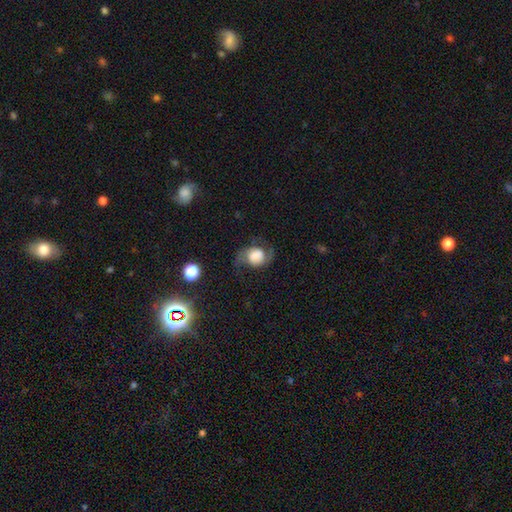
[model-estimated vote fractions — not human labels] featured or disk 61%, smooth 29%, star or artifact 9%. Down the decision tree: edge-on disk — no (97%); bar — no (66%); spiral arms — yes (90%); spiral arm count — 2 (90%); spiral winding — loose (54%); bulge size — large (38%); merging — none (61%).